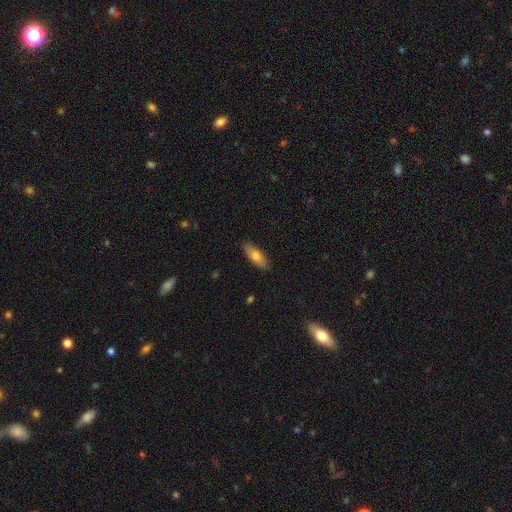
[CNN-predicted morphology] Q: Smooth or featured?
A: smooth (73%); runner-up: featured or disk (21%)
Q: How rounded?
A: in between (70%); runner-up: cigar-shaped (28%)
Q: Merging?
A: none (87%); runner-up: minor disturbance (10%)